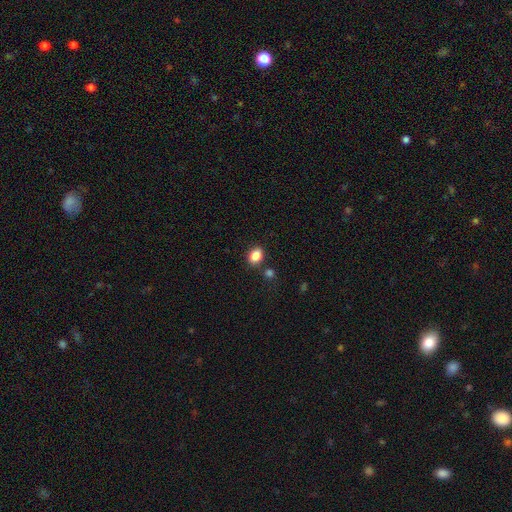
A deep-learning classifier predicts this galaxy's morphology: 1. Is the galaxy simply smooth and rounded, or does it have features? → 86% smooth, 10% star or artifact, 4% featured or disk.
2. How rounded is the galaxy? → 69% in between, 30% round, 1% cigar-shaped.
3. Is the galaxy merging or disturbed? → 79% none, 11% minor disturbance, 7% merger, 3% major disturbance.